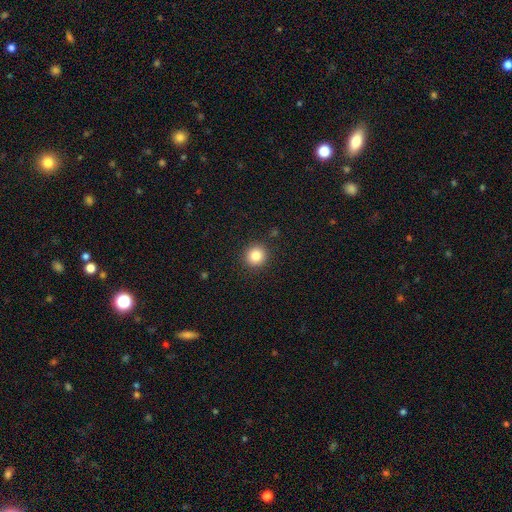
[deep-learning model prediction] smooth_or_featured: smooth (p=0.85) [alt: star or artifact p=0.10]
how_rounded: round (p=0.91) [alt: in between p=0.08]
merging: none (p=0.91) [alt: minor disturbance p=0.06]